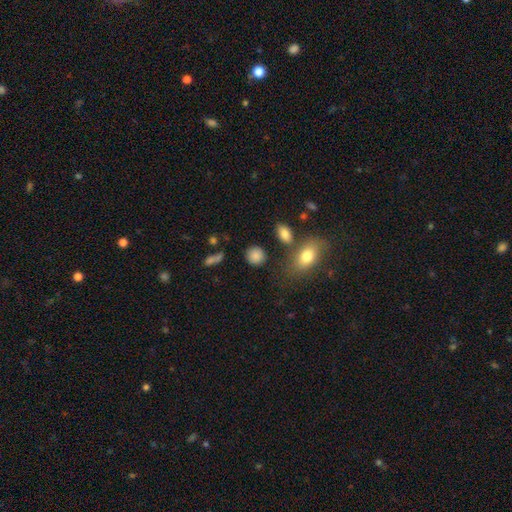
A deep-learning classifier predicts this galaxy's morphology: Smooth or featured? smooth (86%)
How rounded? round (81%)
Merging? none (82%)